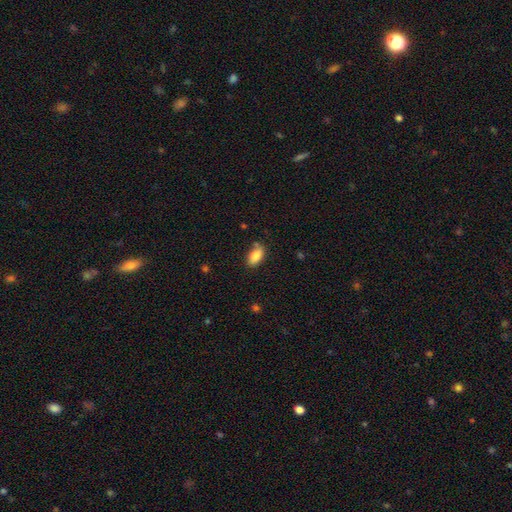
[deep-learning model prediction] Overall: smooth (85%). How rounded: in between (91%). Merging: none (73%).